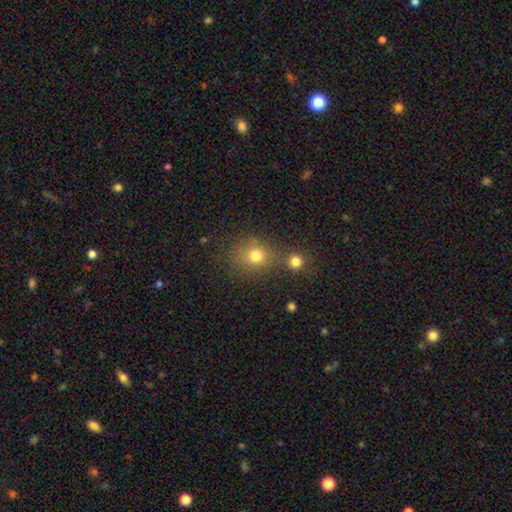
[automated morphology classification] This appears to be a smooth galaxy with no disk features (75%) that is round (77%). Merging: none (58%).